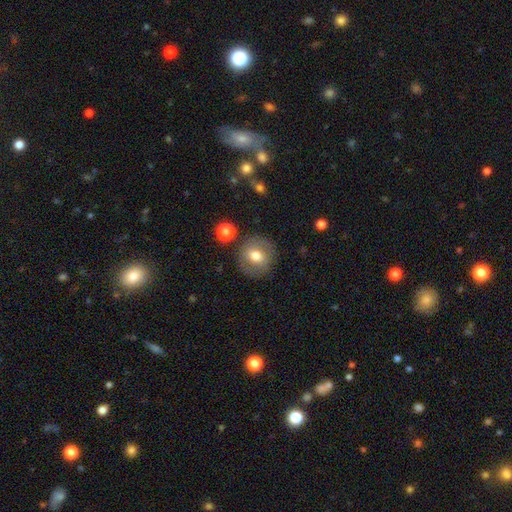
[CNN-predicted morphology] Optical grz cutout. It shows a smooth galaxy with no disk features (69%) that is round (87%). Merging: none (83%).